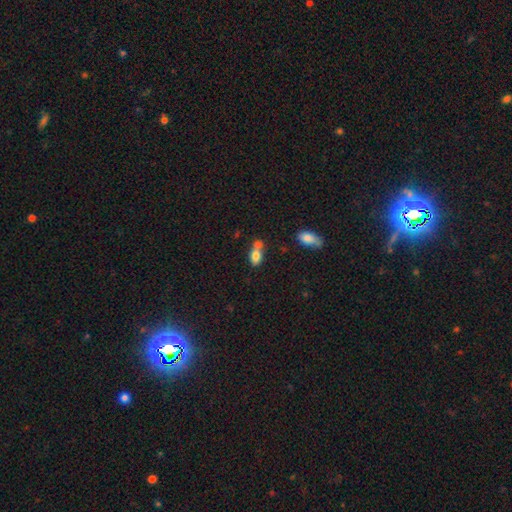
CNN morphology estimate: Smooth or featured: smooth — 78% (featured or disk — 13%)
How rounded: in between — 83% (round — 12%)
Merging: merger — 48% (none — 34%)